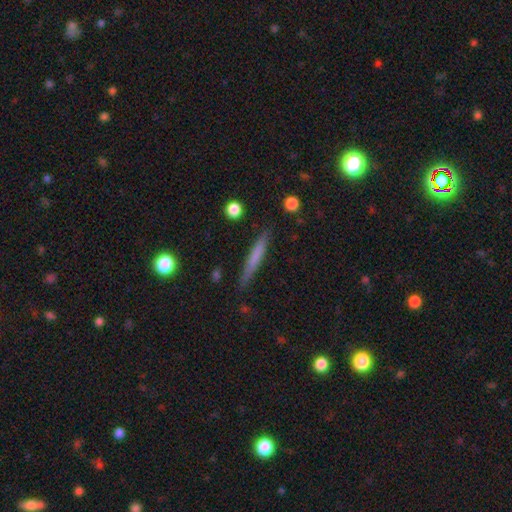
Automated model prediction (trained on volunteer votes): smooth_or_featured: smooth (p=0.65) [alt: featured or disk p=0.29]
how_rounded: cigar-shaped (p=0.95) [alt: in between p=0.03]
merging: none (p=0.87) [alt: minor disturbance p=0.10]